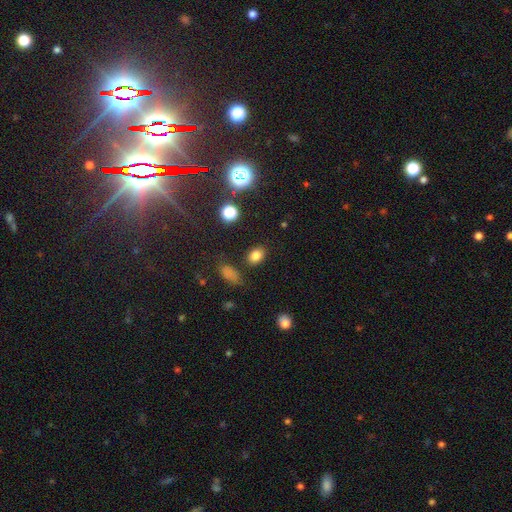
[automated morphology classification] The model was most divided on "how rounded": in between: 72%, round: 26%, cigar-shaped: 1%. More confident: merging — none (83%); smooth or featured — smooth (80%).